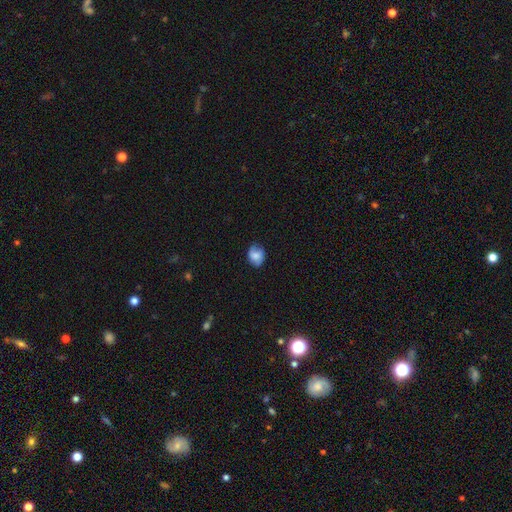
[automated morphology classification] The model was most divided on "how rounded": round: 50%, in between: 48%, cigar-shaped: 1%. More confident: smooth or featured — smooth (69%); merging — none (68%).